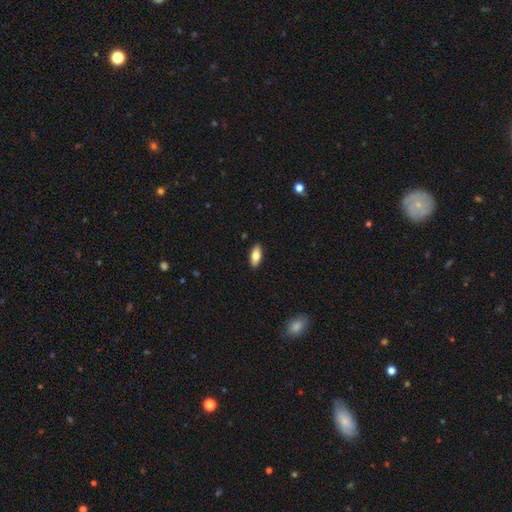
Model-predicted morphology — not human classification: The model was most divided on "smooth or featured": smooth: 77%, featured or disk: 17%, star or artifact: 6%. More confident: merging — none (90%); how rounded — in between (84%).